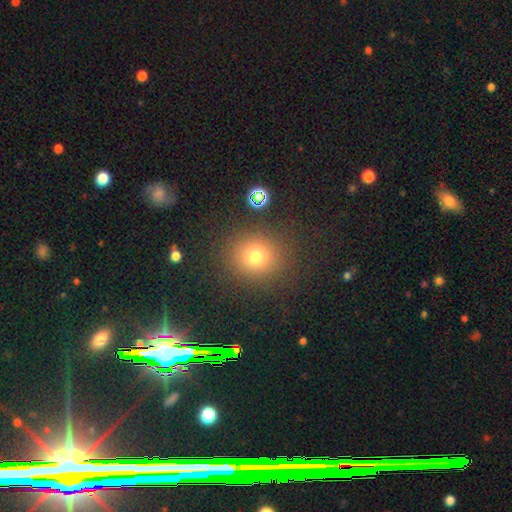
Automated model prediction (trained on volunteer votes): The model was most divided on "smooth or featured": smooth: 73%, star or artifact: 18%, featured or disk: 9%. More confident: merging — none (86%); how rounded — round (84%).